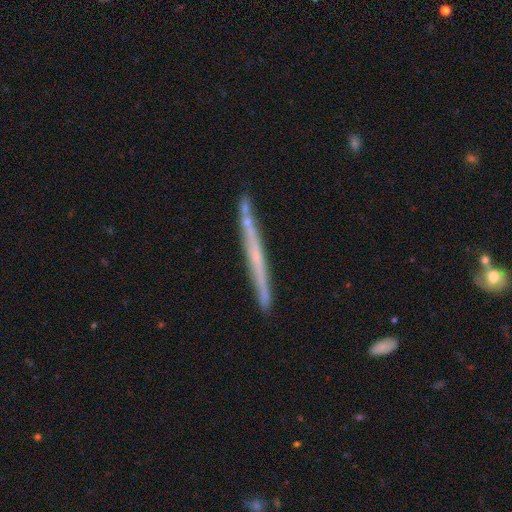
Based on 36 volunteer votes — Q: Smooth or featured?
A: featured or disk (72%); runner-up: smooth (28%)
Q: Edge-on disk?
A: yes (96%); runner-up: no (4%)
Q: Edge-on bulge?
A: none (80%); runner-up: rounded (20%)
Q: Merging?
A: none (78%); runner-up: minor disturbance (19%)